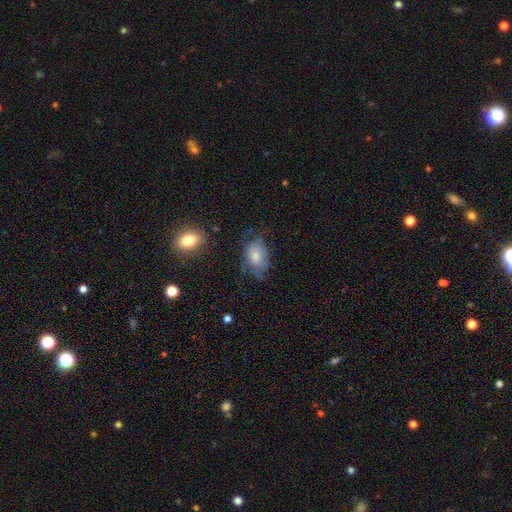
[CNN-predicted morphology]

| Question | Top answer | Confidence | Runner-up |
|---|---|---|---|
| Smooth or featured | smooth | 67% | featured or disk (25%) |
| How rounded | in between | 86% | round (12%) |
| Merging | none | 45% | minor disturbance (32%) |